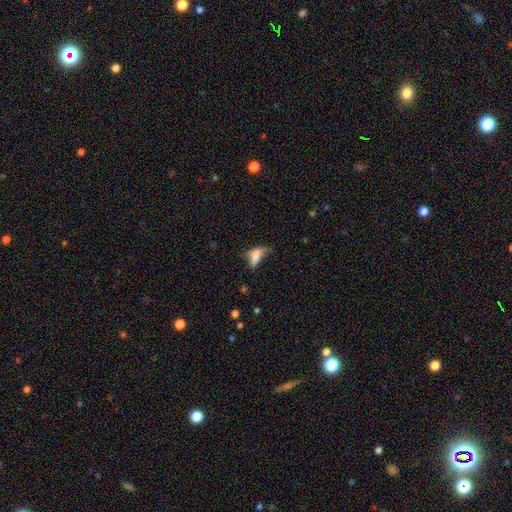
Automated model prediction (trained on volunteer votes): Smooth or featured: smooth — 63% (featured or disk — 25%)
How rounded: in between — 77% (cigar-shaped — 18%)
Merging: major disturbance — 38% (minor disturbance — 27%)